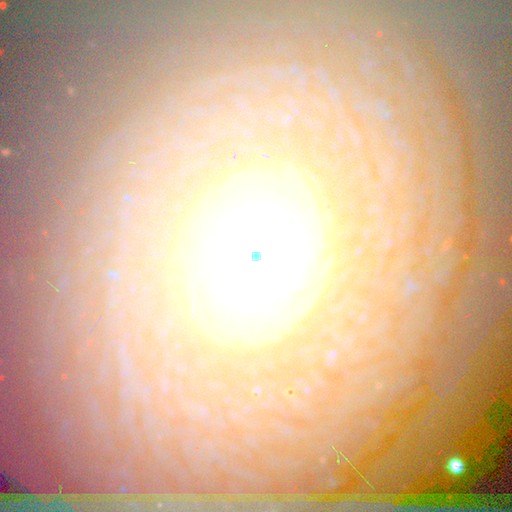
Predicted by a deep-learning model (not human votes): Smooth or featured: featured or disk — 41% (star or artifact — 33%)
Merging: none — 84% (minor disturbance — 9%)